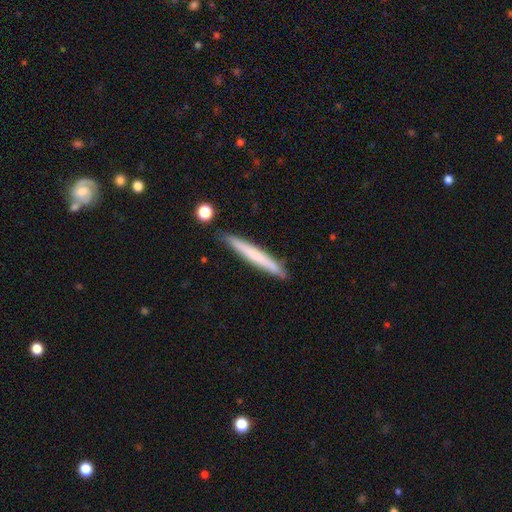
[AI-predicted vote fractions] Smooth or featured? smooth (63%)
How rounded? cigar-shaped (97%)
Merging? none (87%)